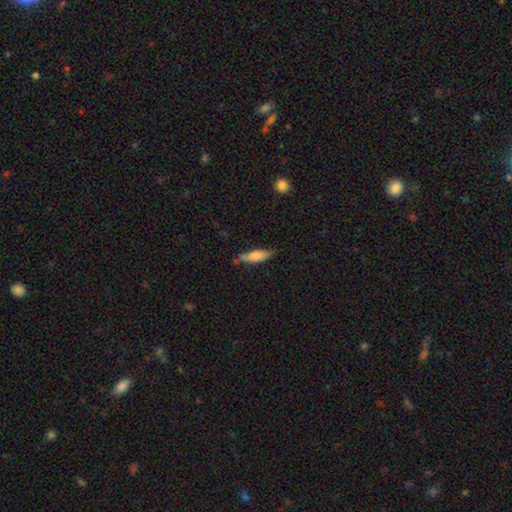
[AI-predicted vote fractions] smooth_or_featured: smooth (p=0.74) [alt: featured or disk p=0.20]
how_rounded: cigar-shaped (p=0.56) [alt: in between p=0.42]
merging: none (p=0.66) [alt: minor disturbance p=0.25]